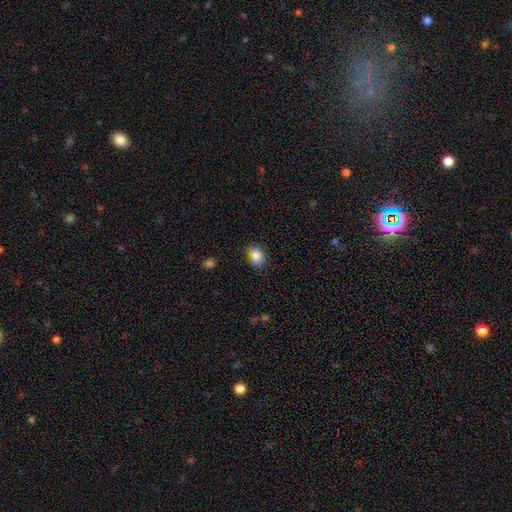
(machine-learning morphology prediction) This appears to be a smooth galaxy with no disk features (86%) that is in between round and cigar-shaped (57%). Merging: none (74%).